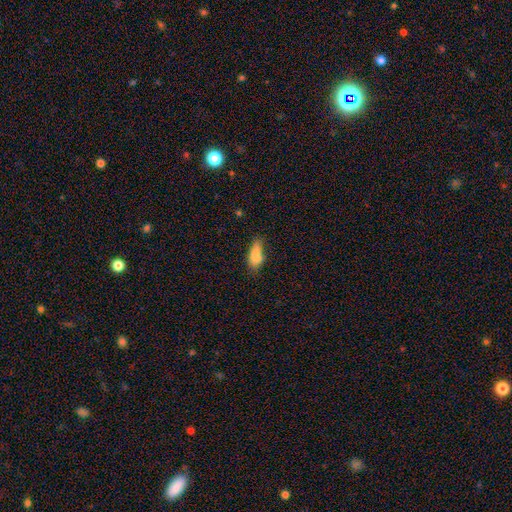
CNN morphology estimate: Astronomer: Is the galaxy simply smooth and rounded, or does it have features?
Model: smooth — 80%.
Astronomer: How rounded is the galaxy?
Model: in between — 76%.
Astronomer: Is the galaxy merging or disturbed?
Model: none — 46% (runner-up: minor disturbance, 35%).